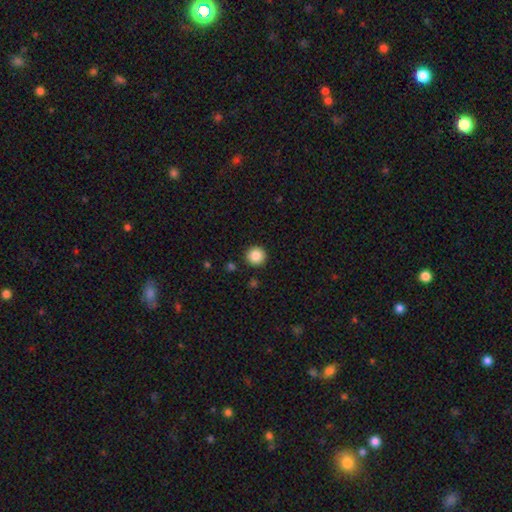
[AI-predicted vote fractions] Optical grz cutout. It shows a smooth galaxy with no disk features (86%) that is round (96%). Merging: none (92%).